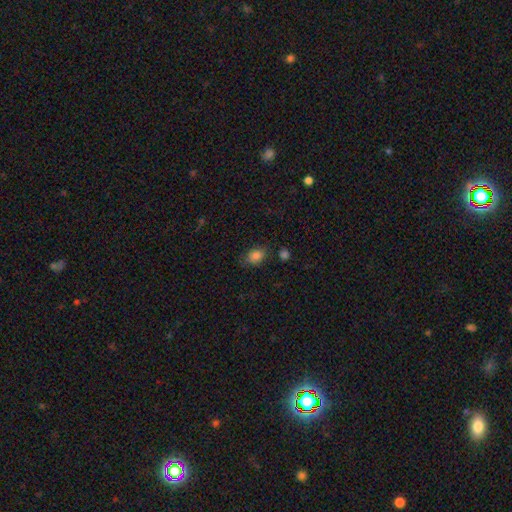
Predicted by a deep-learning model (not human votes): Smooth or featured? smooth (84%)
How rounded? in between (77%)
Merging? none (73%)